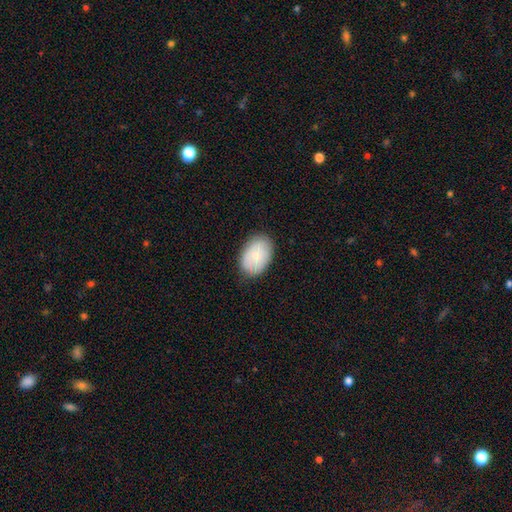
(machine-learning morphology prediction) A smooth galaxy with no disk features (81%) that is in between round and cigar-shaped (87%).

Vote fractions:
- Smooth or featured? smooth: 81% / featured or disk: 13% / star or artifact: 6%
- How rounded? in between: 87% / round: 12% / cigar-shaped: 1%
- Merging? none: 80% / minor disturbance: 15% / major disturbance: 3% / merger: 1%